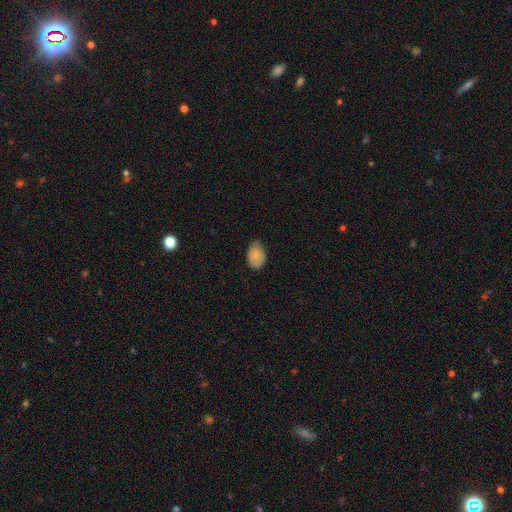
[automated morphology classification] Smooth or featured: smooth — 83% (featured or disk — 9%)
How rounded: in between — 81% (round — 18%)
Merging: none — 56% (minor disturbance — 37%)